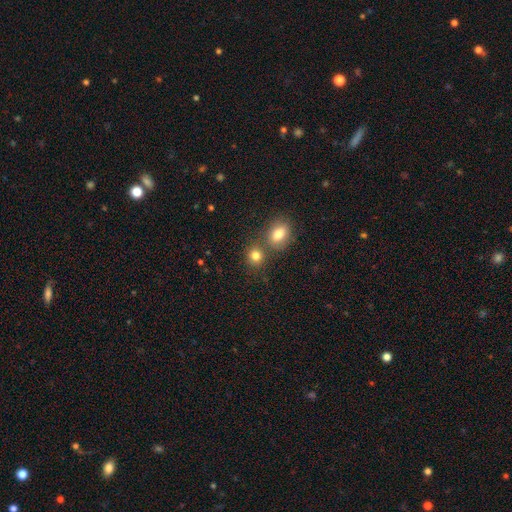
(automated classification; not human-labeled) smooth-or-featured: smooth: 81% | star or artifact: 12% | featured or disk: 7%
  how-rounded: round: 77% | in between: 22% | cigar-shaped: 1%
  merging: none: 58% | merger: 32% | minor disturbance: 8% | major disturbance: 3%